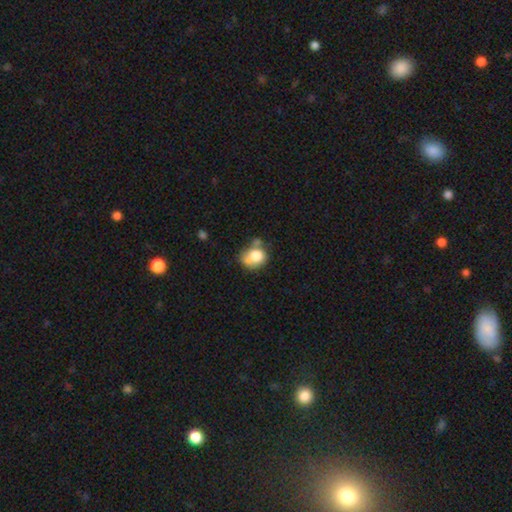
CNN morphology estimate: Smooth or featured: smooth — 73% (featured or disk — 17%)
How rounded: round — 59% (in between — 40%)
Merging: none — 35% (merger — 30%)